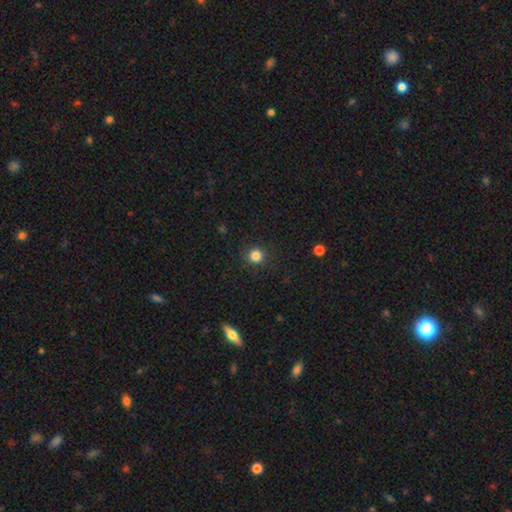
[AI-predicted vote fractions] Q: Smooth or featured?
A: smooth (84%); runner-up: star or artifact (12%)
Q: How rounded?
A: round (94%); runner-up: in between (5%)
Q: Merging?
A: none (89%); runner-up: minor disturbance (7%)